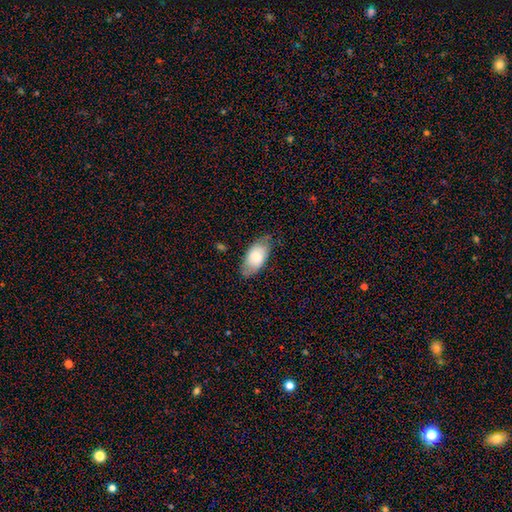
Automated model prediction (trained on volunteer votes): A smooth galaxy with no disk features (70%) that is in between round and cigar-shaped (93%). Merging: none (73%).